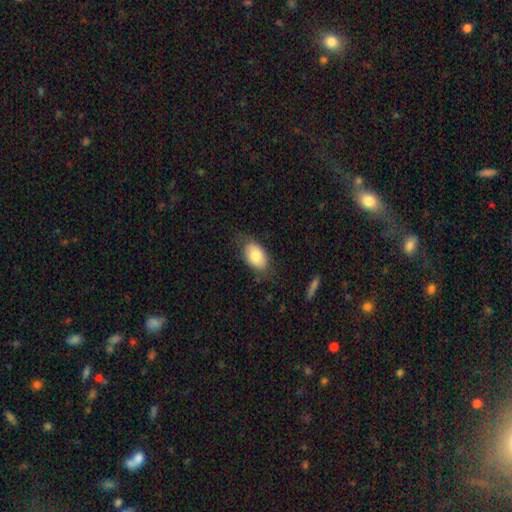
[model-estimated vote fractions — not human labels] The model was most divided on "merging": none: 74%, minor disturbance: 19%, major disturbance: 6%, merger: 1%. More confident: how rounded — in between (89%); smooth or featured — smooth (79%).